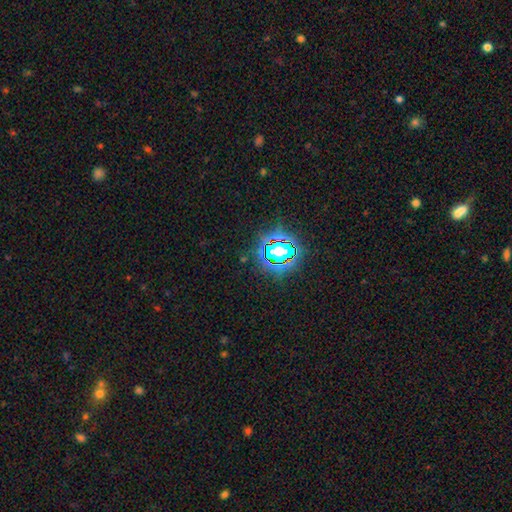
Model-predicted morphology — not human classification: This is clearly a star or artifact rather than a galaxy (80%).